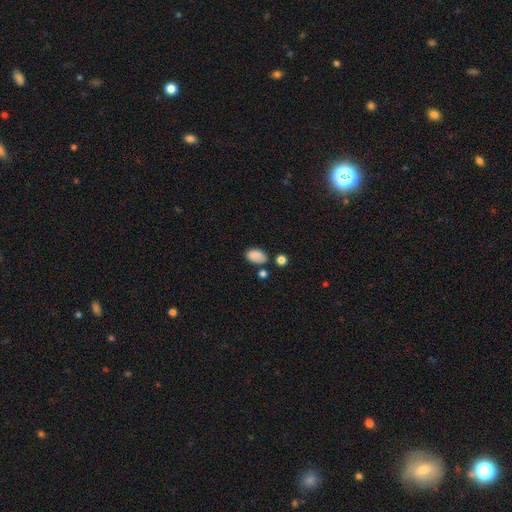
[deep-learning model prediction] smooth_or_featured: smooth (p=0.85) [alt: star or artifact p=0.09]
how_rounded: in between (p=0.90) [alt: round p=0.09]
merging: none (p=0.66) [alt: minor disturbance p=0.19]